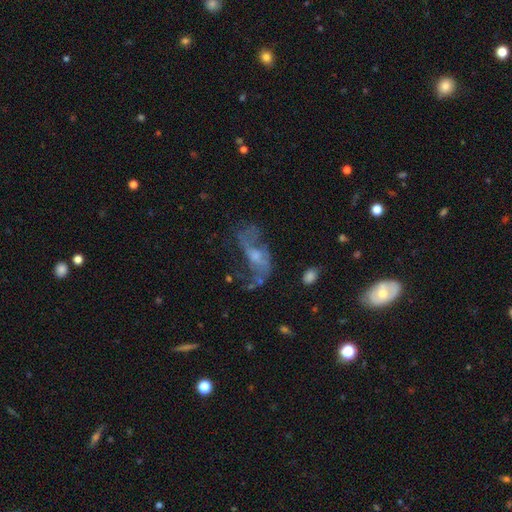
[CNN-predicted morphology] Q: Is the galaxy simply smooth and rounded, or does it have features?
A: featured or disk — 72%.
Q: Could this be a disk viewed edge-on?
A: no — 92%.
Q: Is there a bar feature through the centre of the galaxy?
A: no — 54%.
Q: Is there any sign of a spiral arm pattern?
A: yes — 76%.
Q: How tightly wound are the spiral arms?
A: loose — 73%.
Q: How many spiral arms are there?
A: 2 — 79%.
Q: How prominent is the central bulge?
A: small — 42%.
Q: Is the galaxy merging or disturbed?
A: none — 49%.